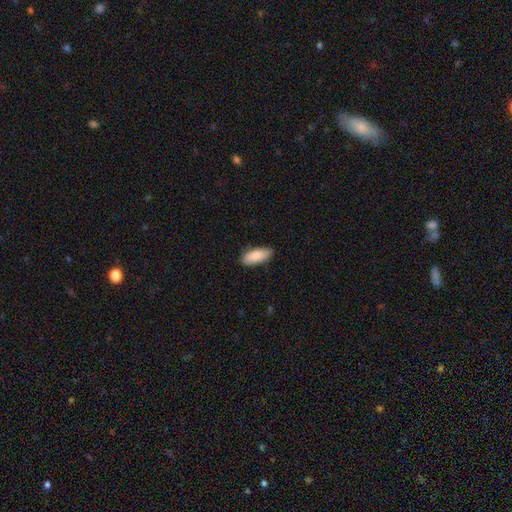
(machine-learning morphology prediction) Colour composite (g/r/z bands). It shows a smooth galaxy with no disk features (89%) that is in between round and cigar-shaped (82%). Merging: none (84%).